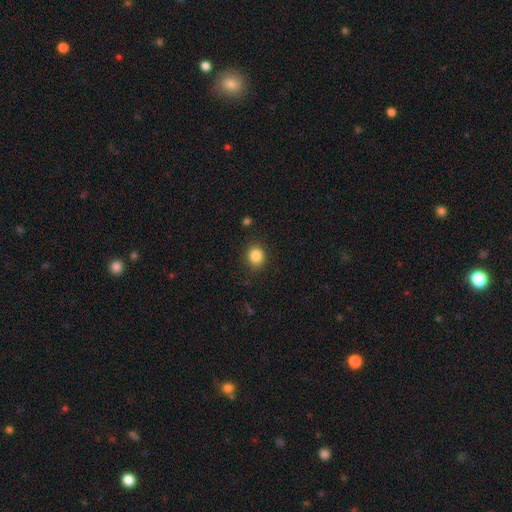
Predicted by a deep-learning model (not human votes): smooth 85%, star or artifact 10%, featured or disk 5%. Down the decision tree: how rounded — round (74%); merging — none (89%).